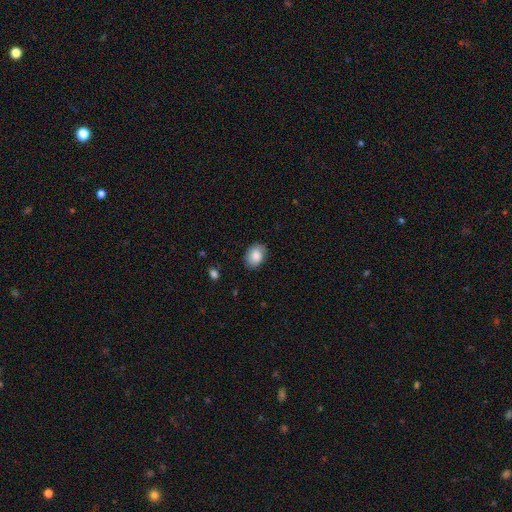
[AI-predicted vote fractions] A smooth galaxy with no disk features (85%) that is in between round and cigar-shaped (75%).

Vote fractions:
- Smooth or featured? smooth: 85% / featured or disk: 8% / star or artifact: 7%
- How rounded? in between: 75% / round: 24% / cigar-shaped: 1%
- Merging? none: 82% / minor disturbance: 14% / major disturbance: 3% / merger: 1%